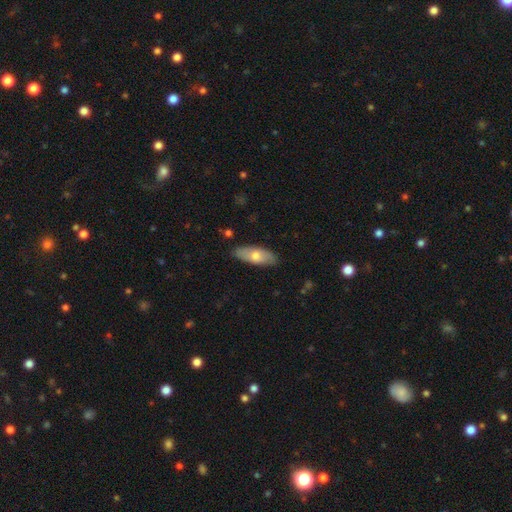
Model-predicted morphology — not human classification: Smooth or featured?
  - smooth: 67% *
  - featured or disk: 27%
  - star or artifact: 6%
How rounded?
  - in between: 78% *
  - cigar-shaped: 20%
  - round: 2%
Merging?
  - none: 85% *
  - minor disturbance: 12%
  - major disturbance: 2%
  - merger: 1%